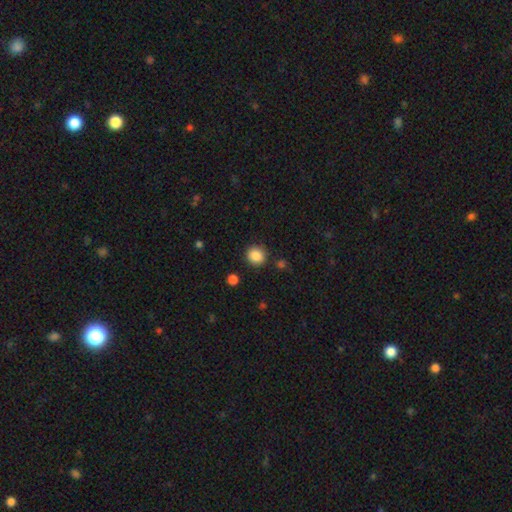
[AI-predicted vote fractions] This is clearly a smooth galaxy (87%). How rounded: clearly round (86%). Merging: clearly none (87%).